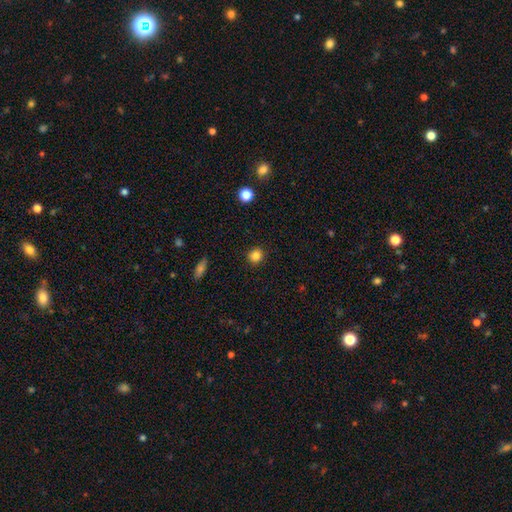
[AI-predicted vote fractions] Overall: smooth (85%). How rounded: round (86%). Merging: none (90%).